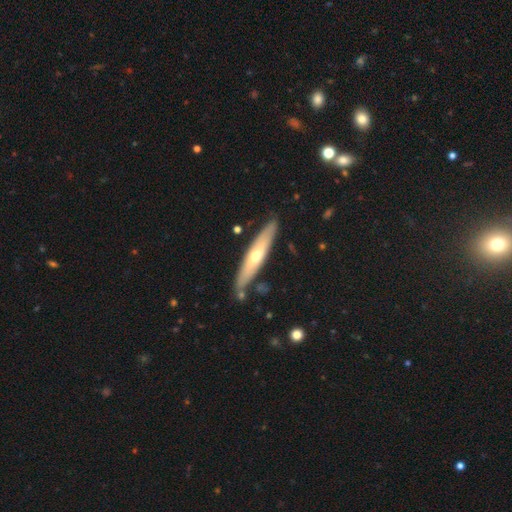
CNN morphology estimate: Overall: featured or disk (51%; smooth 43%). Edge-on disk: yes (80%). Merging: none (83%).